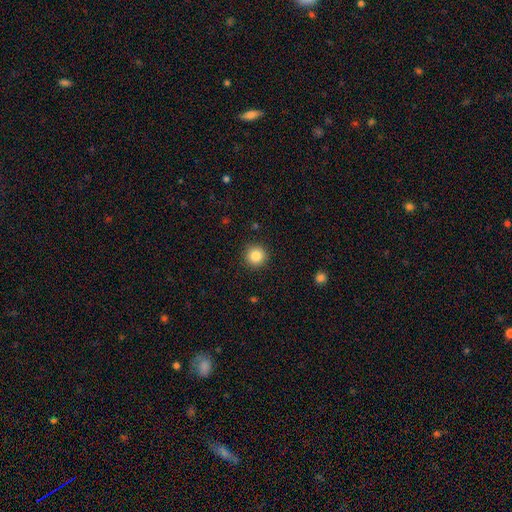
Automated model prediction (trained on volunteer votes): Smooth or featured: smooth — 85% (star or artifact — 10%)
How rounded: round — 95% (in between — 4%)
Merging: none — 91% (minor disturbance — 6%)